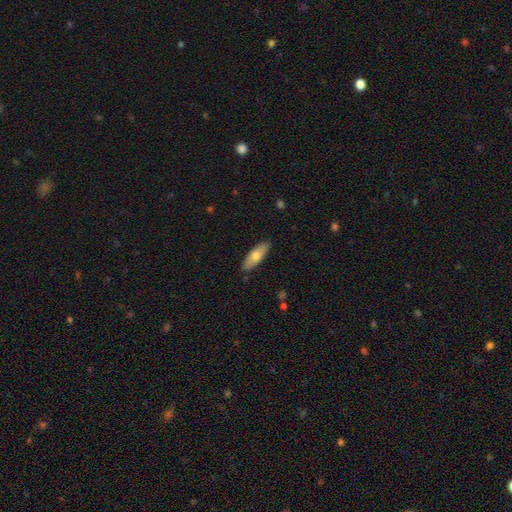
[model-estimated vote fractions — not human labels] A smooth galaxy with no disk features (68%) that is in between round and cigar-shaped (64%). Merging: none (88%).